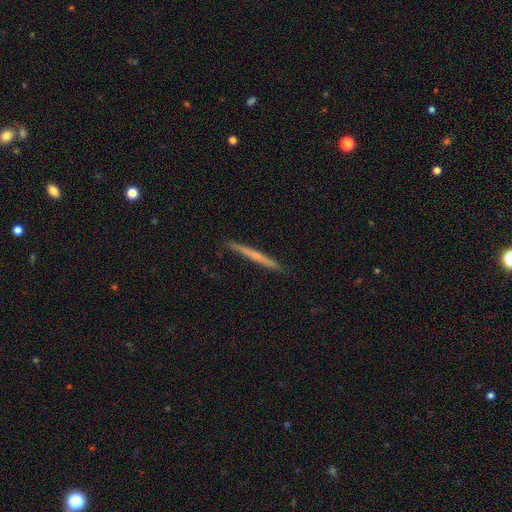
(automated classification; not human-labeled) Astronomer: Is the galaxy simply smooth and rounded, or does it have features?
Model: smooth — 48% (runner-up: featured or disk, 46%).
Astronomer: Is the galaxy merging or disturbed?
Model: none — 89%.